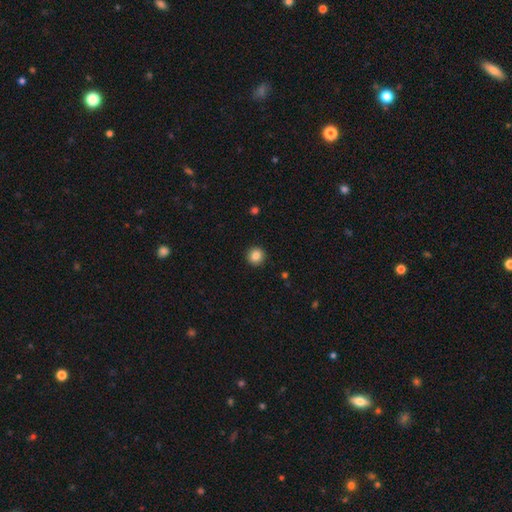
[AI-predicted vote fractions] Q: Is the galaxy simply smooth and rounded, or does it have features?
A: smooth — 86%.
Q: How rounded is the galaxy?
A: round — 94%.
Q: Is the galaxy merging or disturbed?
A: none — 93%.